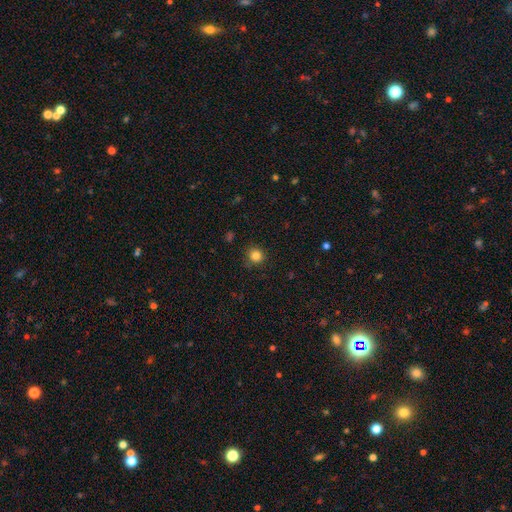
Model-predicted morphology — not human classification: smooth 84%, star or artifact 12%, featured or disk 4%. Down the decision tree: how rounded — round (93%); merging — none (87%).